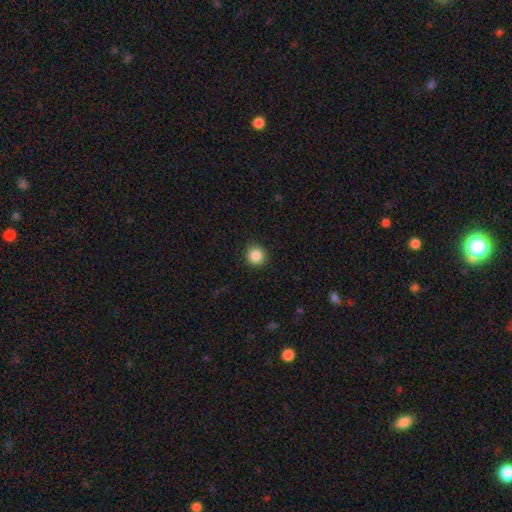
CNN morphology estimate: Smooth or featured? Predicted: smooth (p=0.86). How rounded? Predicted: round (p=0.95). Merging? Predicted: none (p=0.92).